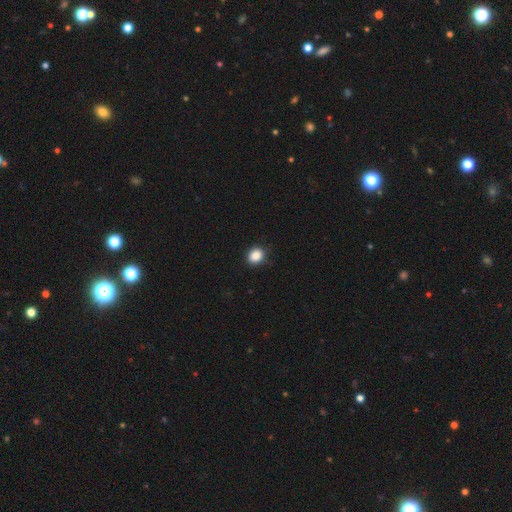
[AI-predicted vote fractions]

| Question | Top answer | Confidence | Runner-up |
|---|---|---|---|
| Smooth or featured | smooth | 88% | star or artifact (9%) |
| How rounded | round | 65% | in between (34%) |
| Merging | none | 86% | minor disturbance (11%) |